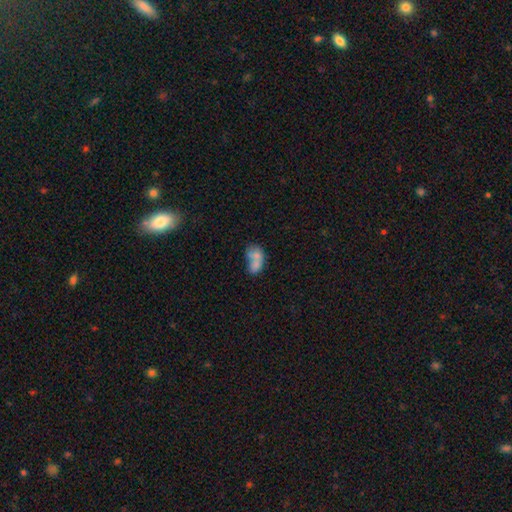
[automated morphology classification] This appears to be a smooth galaxy with no disk features (69%) that is in between round and cigar-shaped (74%). Merging: merger (69%).